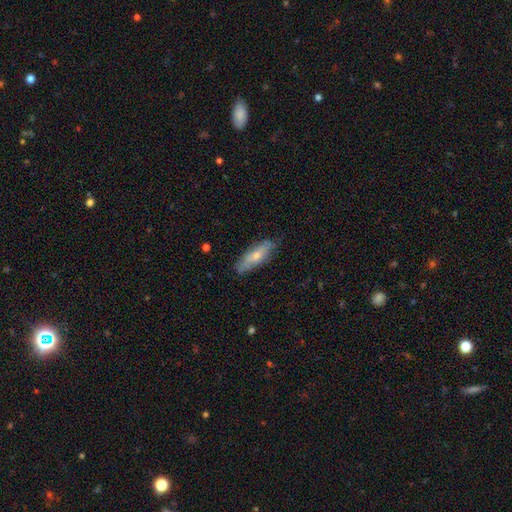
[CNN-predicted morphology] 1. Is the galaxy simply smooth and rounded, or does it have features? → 59% smooth, 35% featured or disk, 6% star or artifact.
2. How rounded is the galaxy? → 50% cigar-shaped, 48% in between, 2% round.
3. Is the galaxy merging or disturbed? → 78% none, 17% minor disturbance, 3% major disturbance, 1% merger.